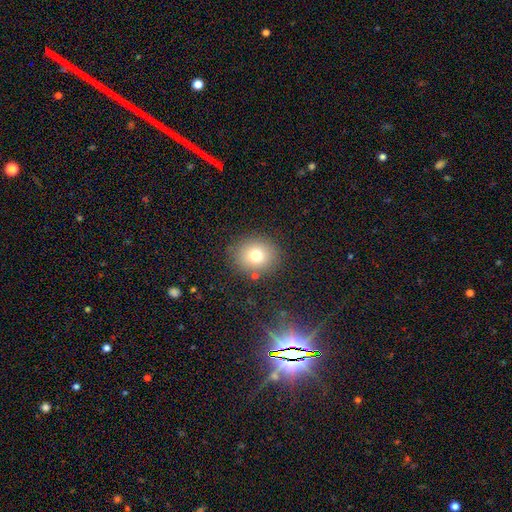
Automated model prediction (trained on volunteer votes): Morphology: type=smooth (75%); roundness=round (73%); merging=none (84%).